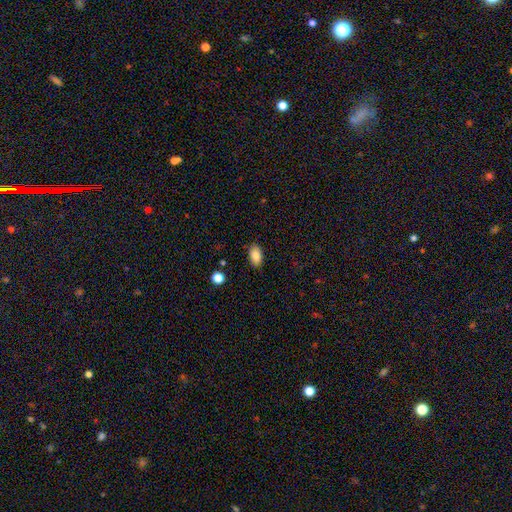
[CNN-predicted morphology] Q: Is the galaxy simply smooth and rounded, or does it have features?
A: smooth — 84%.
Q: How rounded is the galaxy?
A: in between — 92%.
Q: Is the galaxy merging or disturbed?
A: none — 86%.